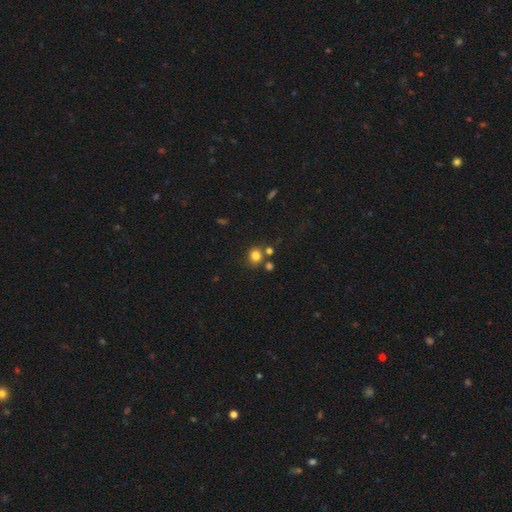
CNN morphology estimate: Smooth or featured? smooth (81%)
How rounded? round (79%)
Merging? none (72%)